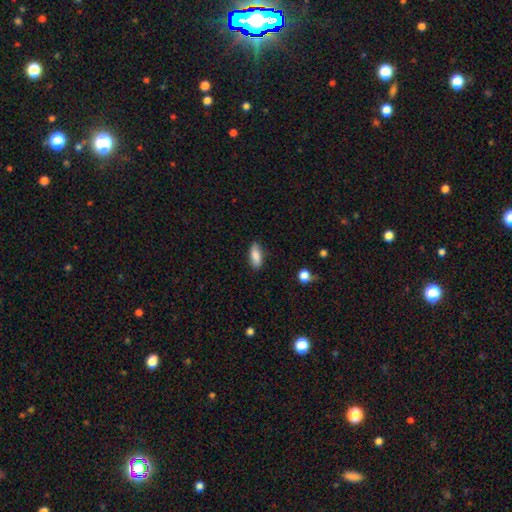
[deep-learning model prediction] This appears to be a smooth galaxy with no disk features (86%) that is in between round and cigar-shaped (75%). Merging: none (82%).